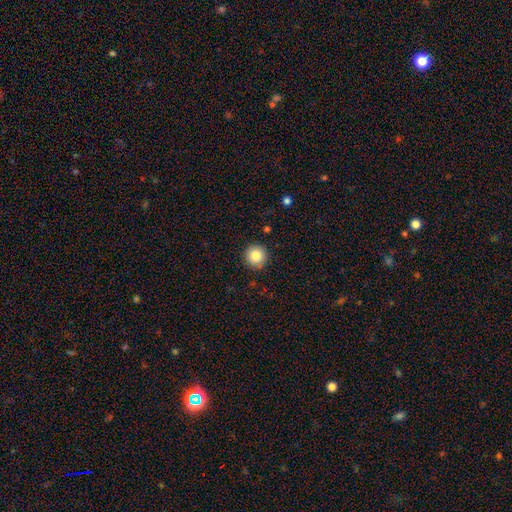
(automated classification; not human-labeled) Smooth or featured? smooth (85%)
How rounded? round (95%)
Merging? none (92%)